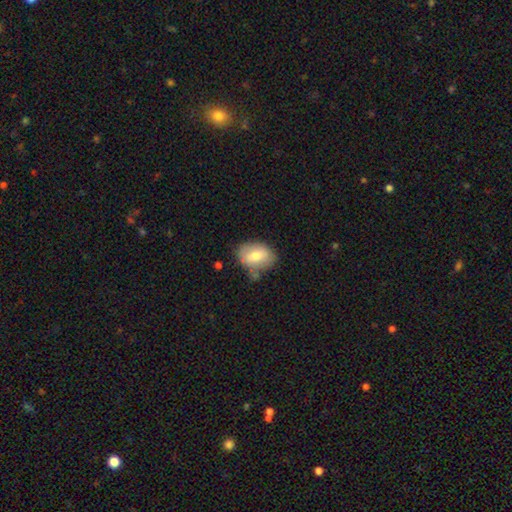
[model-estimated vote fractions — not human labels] This is likely a smooth galaxy (70%). How rounded: likely in between (75%). Merging: likely none (64%).